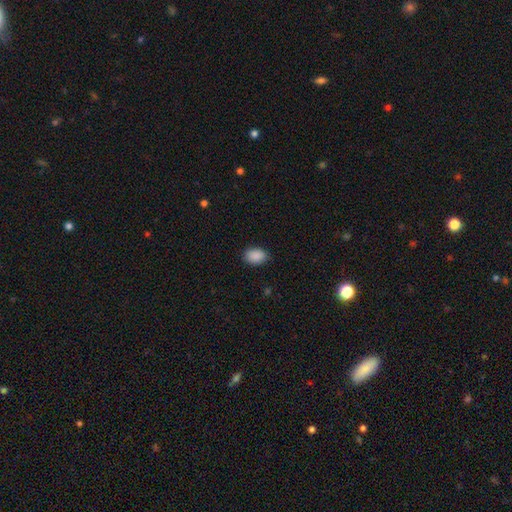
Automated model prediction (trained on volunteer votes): smooth-or-featured: smooth: 90% | star or artifact: 8% | featured or disk: 3%
  how-rounded: in between: 83% | round: 16% | cigar-shaped: 1%
  merging: none: 85% | minor disturbance: 11% | major disturbance: 2% | merger: 1%